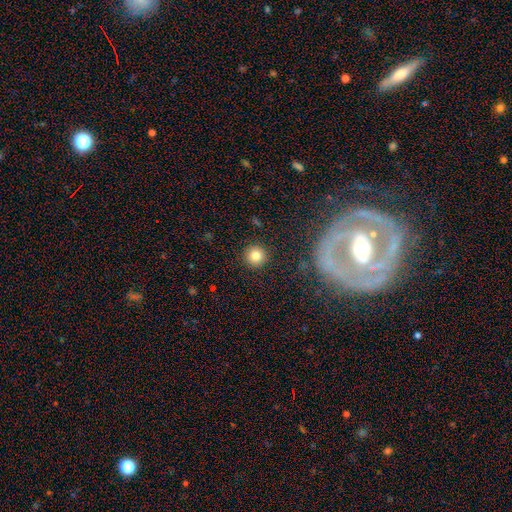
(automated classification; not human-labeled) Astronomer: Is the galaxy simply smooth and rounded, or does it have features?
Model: smooth — 82%.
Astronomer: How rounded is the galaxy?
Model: round — 95%.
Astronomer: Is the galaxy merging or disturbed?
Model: none — 92%.